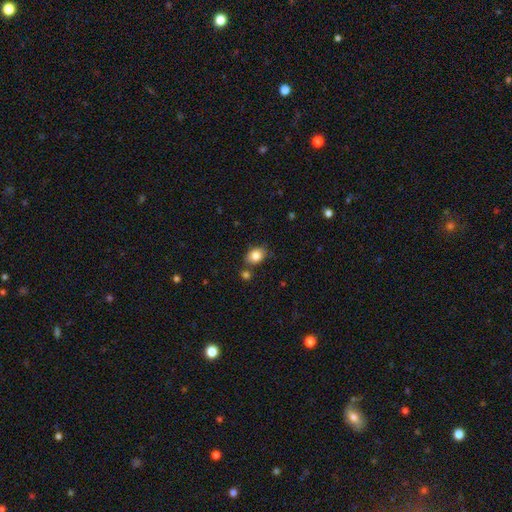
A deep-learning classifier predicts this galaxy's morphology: This is clearly a smooth galaxy (84%). How rounded: likely in between (70%). Merging: likely none (71%).